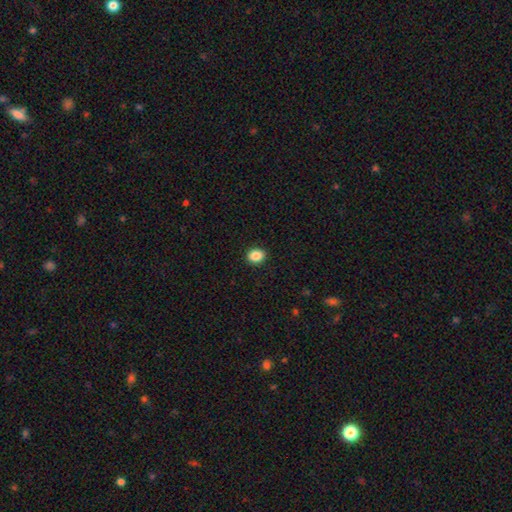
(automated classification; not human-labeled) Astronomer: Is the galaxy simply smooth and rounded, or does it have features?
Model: smooth — 88%.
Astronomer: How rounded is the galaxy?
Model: round — 50% (runner-up: in between, 49%).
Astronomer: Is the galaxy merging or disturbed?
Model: none — 91%.